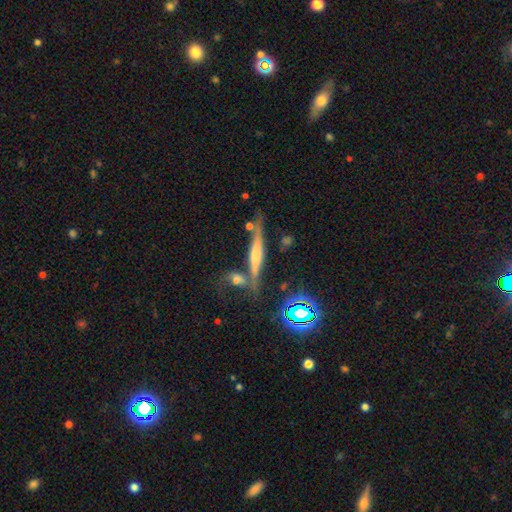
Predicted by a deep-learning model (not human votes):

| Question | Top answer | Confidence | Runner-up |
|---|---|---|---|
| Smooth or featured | featured or disk | 50% | smooth (37%) |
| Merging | none | 63% | merger (16%) |